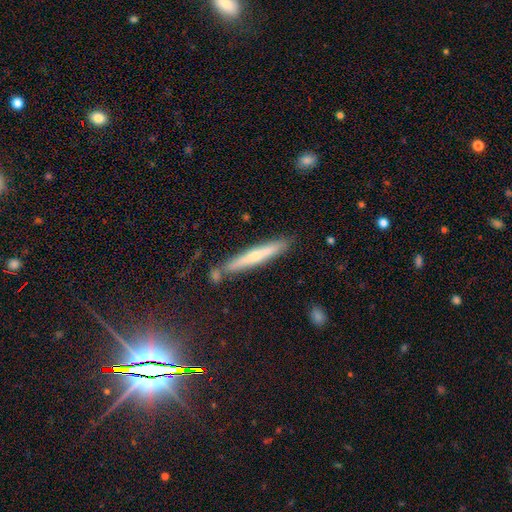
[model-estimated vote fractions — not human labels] smooth 48%, featured or disk 45%, star or artifact 7%. Down the decision tree: merging — none (83%).